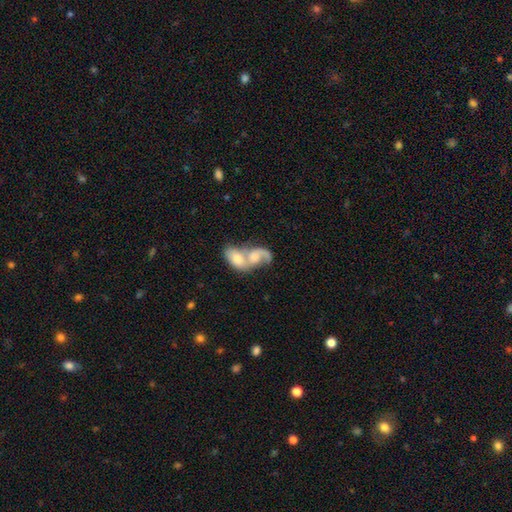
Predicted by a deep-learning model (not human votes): This is possibly a featured or disk galaxy (54%). It is clearly not viewed edge-on (96%). Bar: likely no (68%). Spiral arm pattern: likely yes (74%). Central bulge: marginally moderate (40%). Merging: clearly merger (82%).